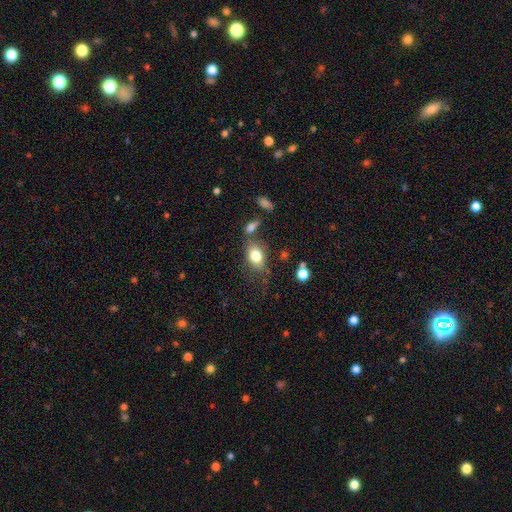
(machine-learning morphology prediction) The model was most divided on "merging": none: 63%, minor disturbance: 19%, merger: 10%, major disturbance: 8%. More confident: smooth or featured — smooth (79%); how rounded — in between (78%).